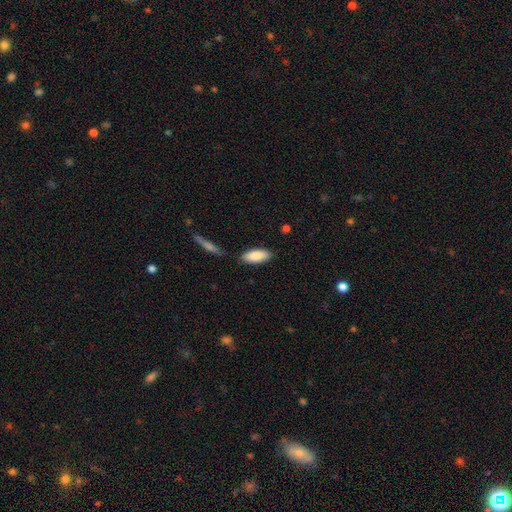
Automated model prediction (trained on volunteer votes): Smooth or featured?
  - smooth: 85% *
  - featured or disk: 9%
  - star or artifact: 5%
How rounded?
  - in between: 79% *
  - cigar-shaped: 19%
  - round: 2%
Merging?
  - none: 82% *
  - minor disturbance: 11%
  - merger: 5%
  - major disturbance: 2%